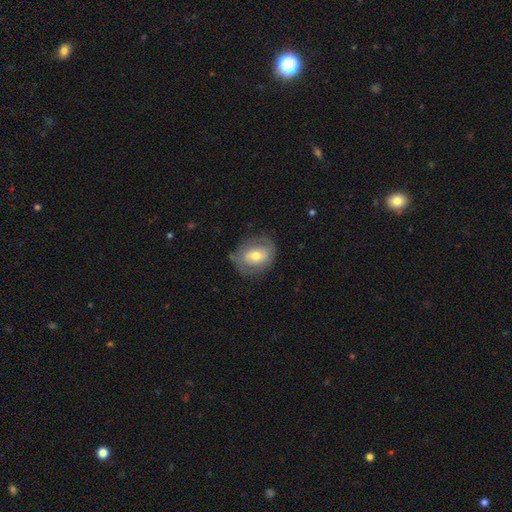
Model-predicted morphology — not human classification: The model was most divided on "smooth or featured": smooth: 47%, featured or disk: 46%, star or artifact: 7%. More confident: merging — none (70%).